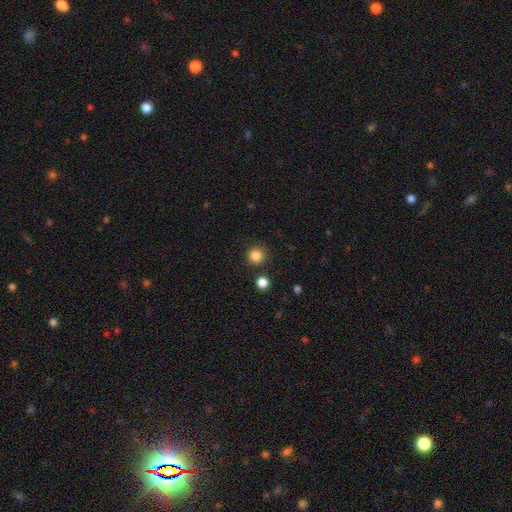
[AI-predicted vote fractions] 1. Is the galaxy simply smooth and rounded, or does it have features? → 85% smooth, 11% star or artifact, 3% featured or disk.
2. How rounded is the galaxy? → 94% round, 5% in between, 1% cigar-shaped.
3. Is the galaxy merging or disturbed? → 87% none, 7% minor disturbance, 4% merger, 2% major disturbance.